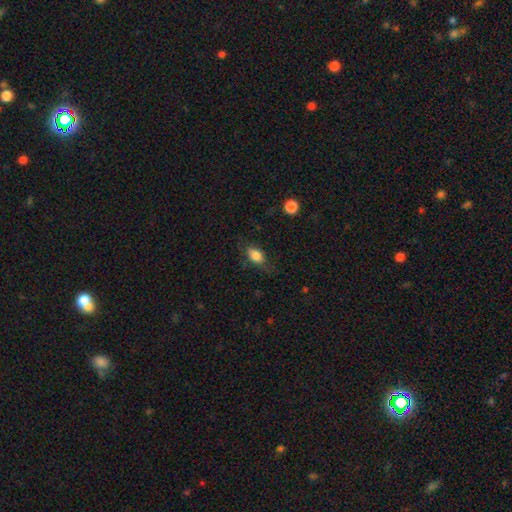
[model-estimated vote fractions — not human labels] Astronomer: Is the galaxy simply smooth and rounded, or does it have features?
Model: smooth — 82%.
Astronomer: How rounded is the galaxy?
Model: in between — 84%.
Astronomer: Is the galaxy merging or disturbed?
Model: none — 70%.